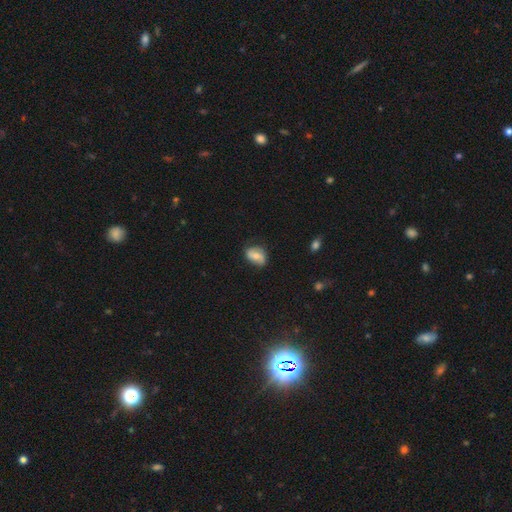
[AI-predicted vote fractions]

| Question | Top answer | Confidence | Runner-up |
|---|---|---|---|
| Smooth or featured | smooth | 54% | featured or disk (38%) |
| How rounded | in between | 80% | round (18%) |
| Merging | none | 65% | minor disturbance (27%) |